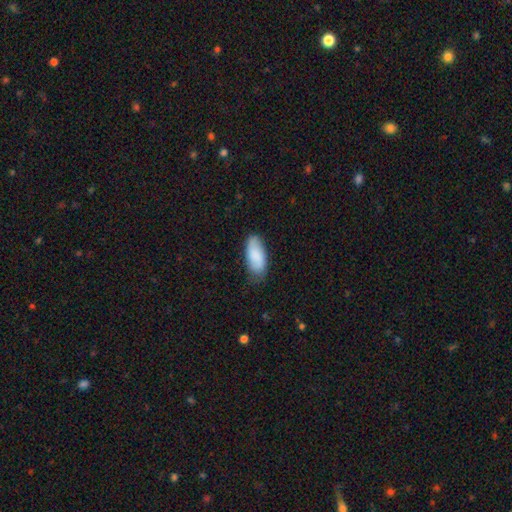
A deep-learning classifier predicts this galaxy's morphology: The model was most divided on "merging": none: 73%, minor disturbance: 22%, major disturbance: 4%, merger: 1%. More confident: how rounded — in between (87%); smooth or featured — smooth (83%).